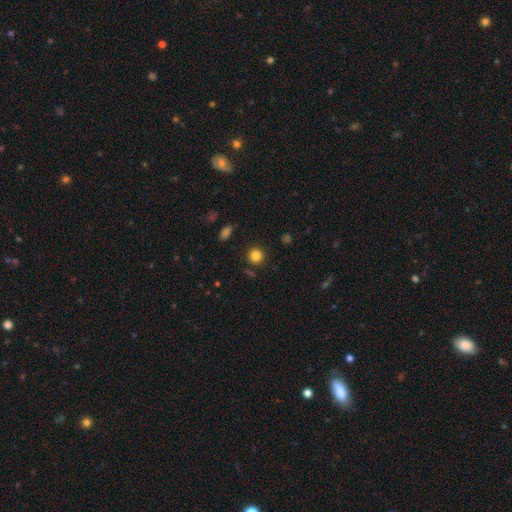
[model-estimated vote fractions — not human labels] Smooth or featured? smooth (83%)
How rounded? round (93%)
Merging? none (88%)